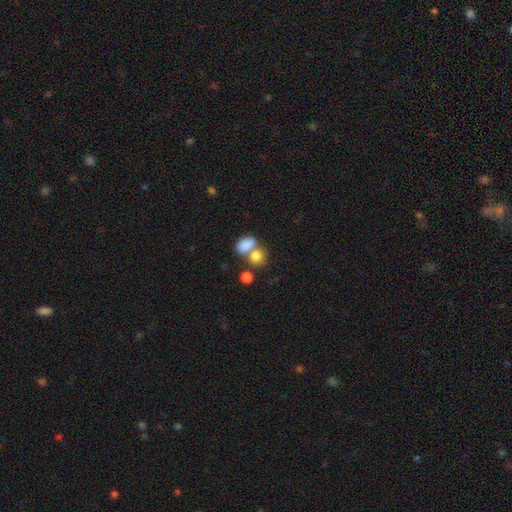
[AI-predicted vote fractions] A smooth galaxy with no disk features (81%) that is in between round and cigar-shaped (50%). Merging: merger (47%).